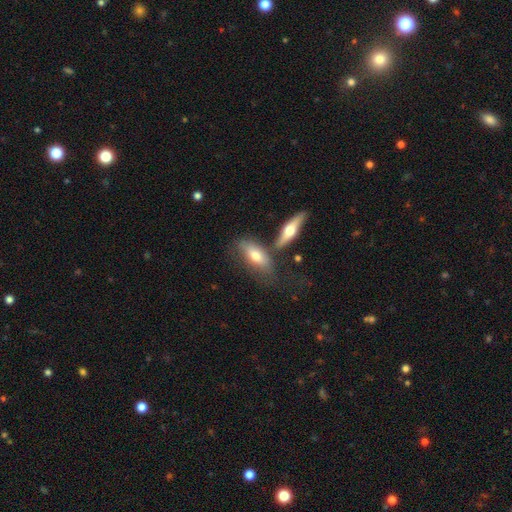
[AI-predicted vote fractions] Smooth or featured?
  - smooth: 64% *
  - featured or disk: 29%
  - star or artifact: 7%
How rounded?
  - in between: 77% *
  - cigar-shaped: 19%
  - round: 3%
Merging?
  - none: 45% *
  - merger: 29%
  - minor disturbance: 17%
  - major disturbance: 8%